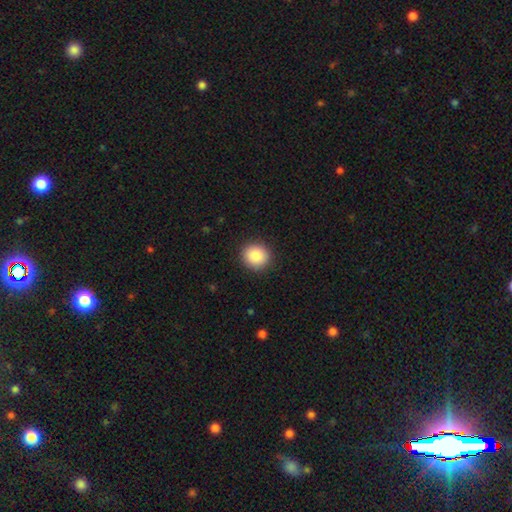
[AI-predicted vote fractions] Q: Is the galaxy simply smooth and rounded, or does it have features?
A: smooth — 88%.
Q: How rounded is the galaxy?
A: round — 89%.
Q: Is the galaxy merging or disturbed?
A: none — 91%.